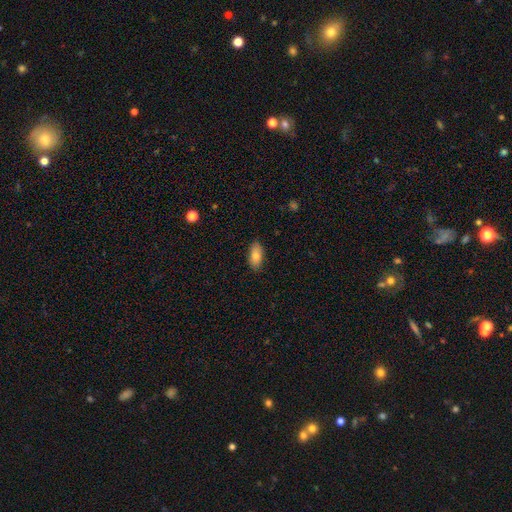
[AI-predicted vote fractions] smooth_or_featured: smooth (p=0.79) [alt: featured or disk p=0.14]
how_rounded: in between (p=0.90) [alt: cigar-shaped p=0.07]
merging: none (p=0.87) [alt: minor disturbance p=0.10]